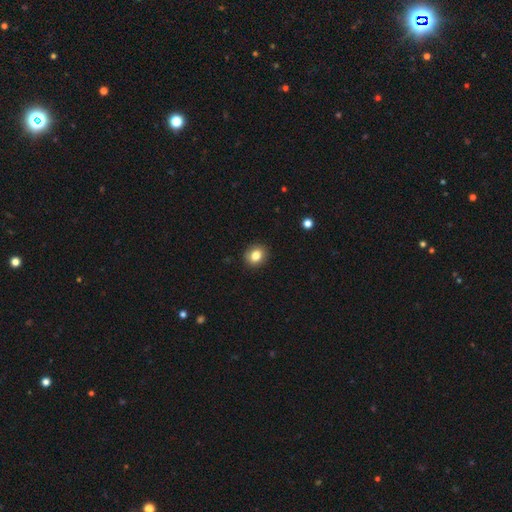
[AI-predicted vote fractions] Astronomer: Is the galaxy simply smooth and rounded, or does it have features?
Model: smooth — 82%.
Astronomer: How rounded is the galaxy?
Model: round — 70%.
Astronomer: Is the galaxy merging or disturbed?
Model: none — 89%.